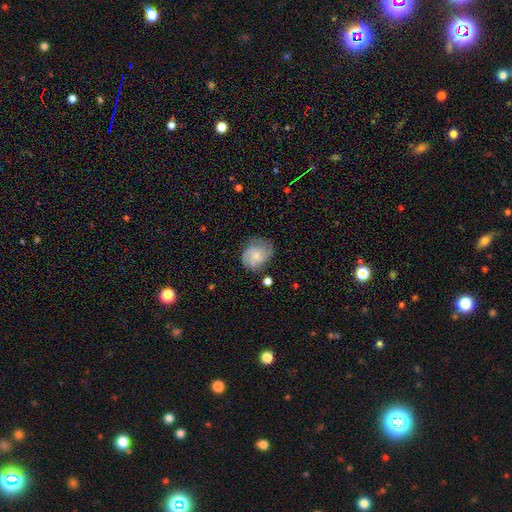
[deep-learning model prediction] Morphology: type=featured or disk (52%); edge-on=no (98%); bar=no (78%); spiral arms=yes (82%); bulge=small (68%); merging=none (63%).